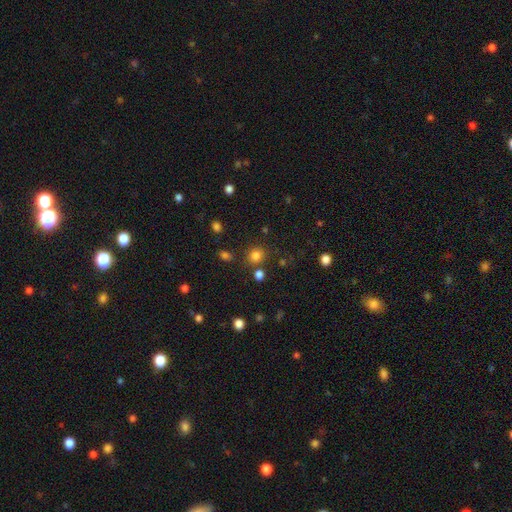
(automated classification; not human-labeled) A smooth galaxy with no disk features (80%) that is round (80%). Merging: none (79%).